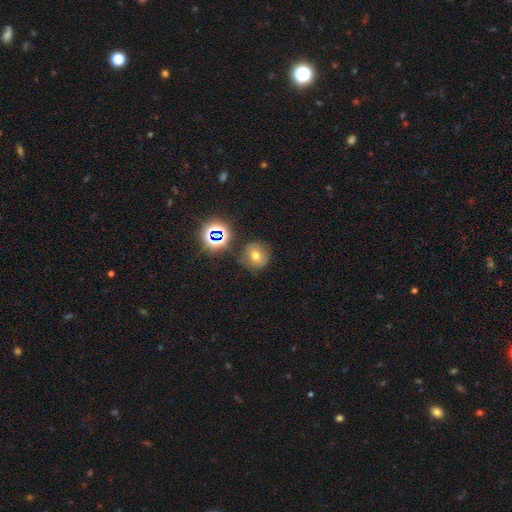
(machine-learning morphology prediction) type=smooth (61%); roundness=round (89%); merging=none (77%).